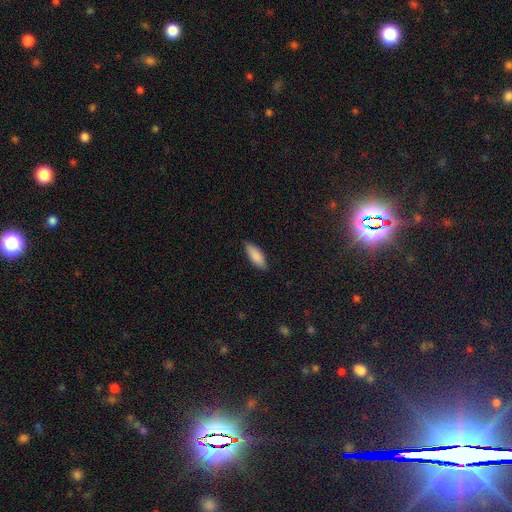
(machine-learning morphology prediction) Smooth or featured?
  - smooth: 88% *
  - featured or disk: 6%
  - star or artifact: 6%
How rounded?
  - in between: 75% *
  - cigar-shaped: 23%
  - round: 2%
Merging?
  - none: 80% *
  - minor disturbance: 16%
  - major disturbance: 2%
  - merger: 1%